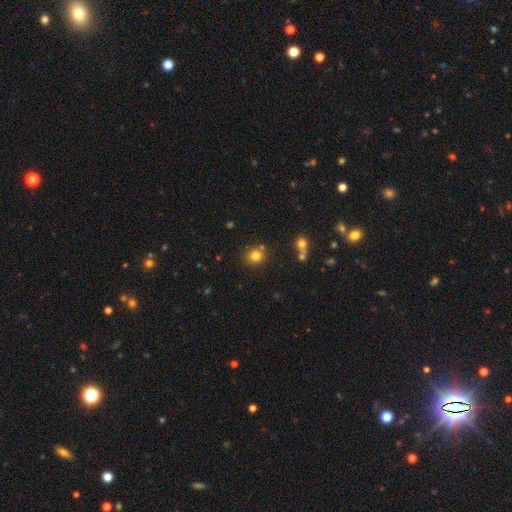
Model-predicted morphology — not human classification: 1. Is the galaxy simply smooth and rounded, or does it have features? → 80% smooth, 14% star or artifact, 7% featured or disk.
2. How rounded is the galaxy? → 84% round, 15% in between, 1% cigar-shaped.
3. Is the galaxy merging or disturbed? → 76% none, 10% minor disturbance, 10% merger, 3% major disturbance.